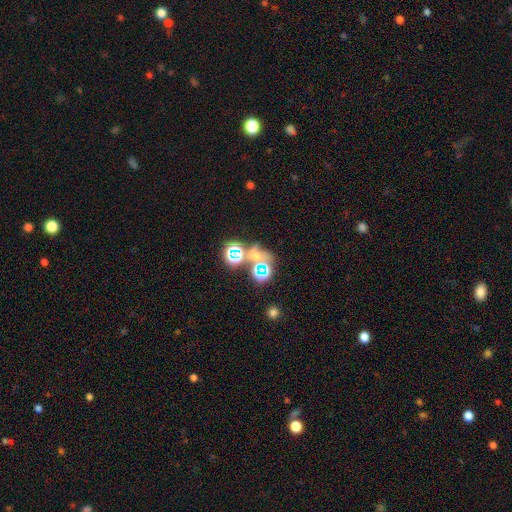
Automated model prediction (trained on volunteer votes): smooth-or-featured: star or artifact: 53% | smooth: 31% | featured or disk: 16%